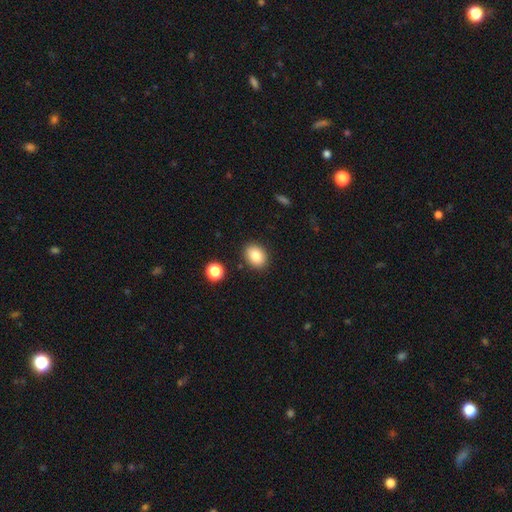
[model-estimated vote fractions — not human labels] This appears to be a smooth galaxy with no disk features (84%) that is in between round and cigar-shaped (65%). Merging: none (87%).